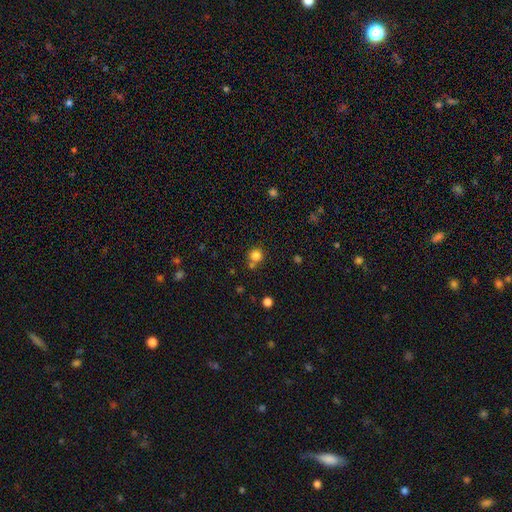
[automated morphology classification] A smooth galaxy with no disk features (81%) that is round (90%). Merging: none (65%).